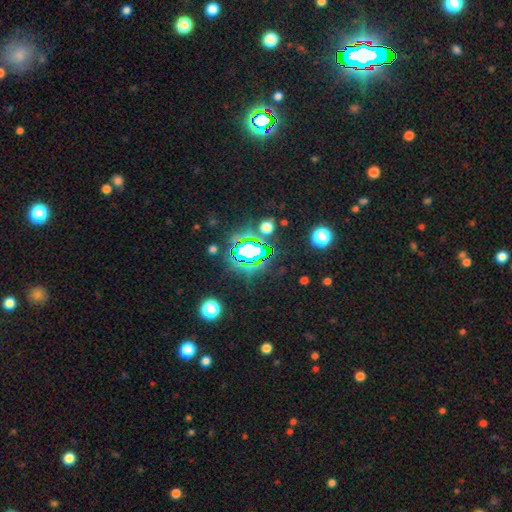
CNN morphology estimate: type=star or artifact (75%).